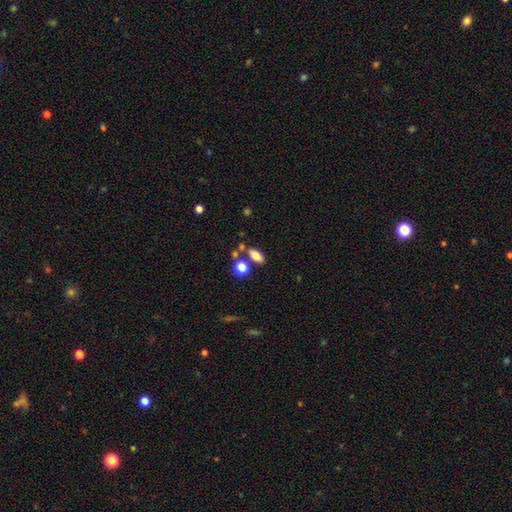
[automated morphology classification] Overall: smooth (79%). How rounded: in between (83%). Merging: none (70%).